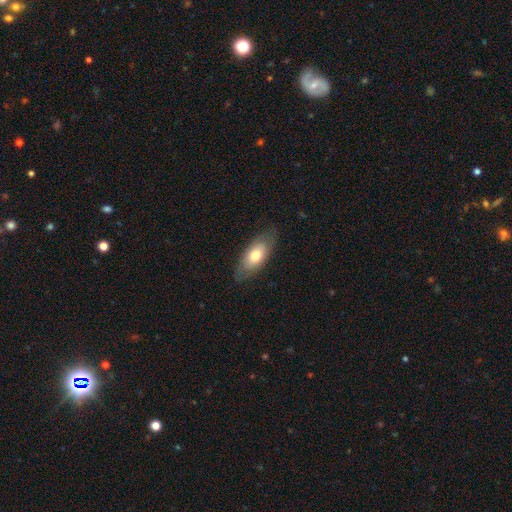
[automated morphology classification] Smooth or featured: smooth — 68% (featured or disk — 25%)
How rounded: in between — 84% (cigar-shaped — 13%)
Merging: none — 80% (minor disturbance — 15%)